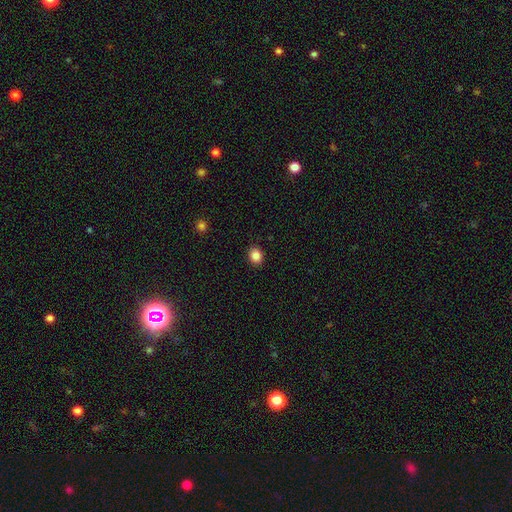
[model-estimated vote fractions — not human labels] This is clearly a smooth galaxy (86%). How rounded: possibly round (54%). Merging: clearly none (90%).